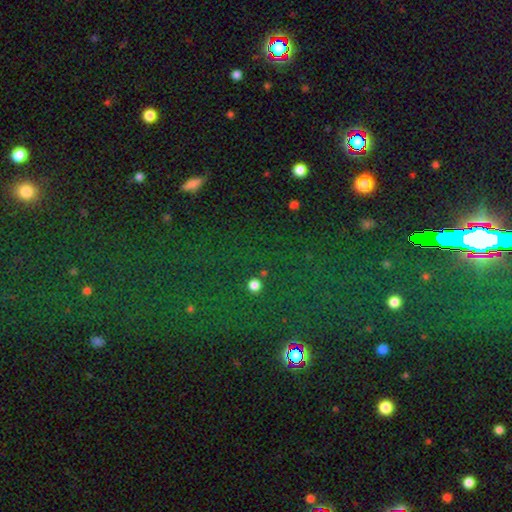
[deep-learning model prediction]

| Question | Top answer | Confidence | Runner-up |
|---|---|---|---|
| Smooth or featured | star or artifact | 70% | smooth (19%) |